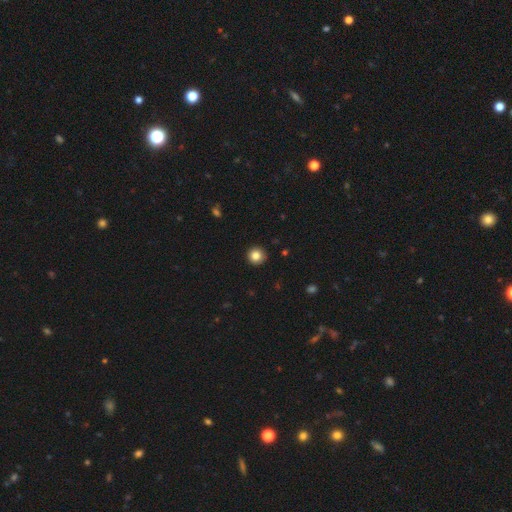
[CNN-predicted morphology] The model was most divided on "smooth or featured": smooth: 84%, star or artifact: 10%, featured or disk: 6%. More confident: how rounded — round (95%); merging — none (92%).